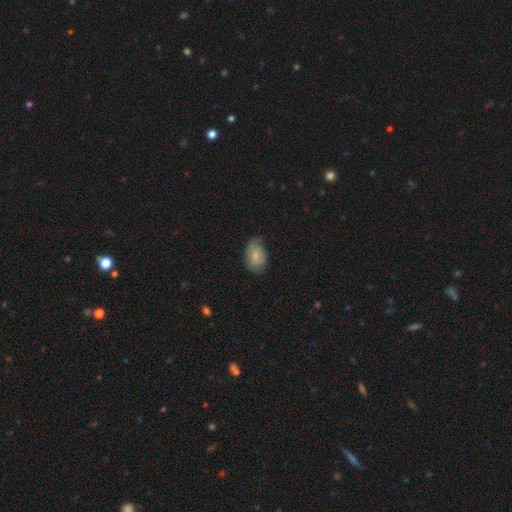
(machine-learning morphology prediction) The model was most divided on "merging": none: 60%, minor disturbance: 32%, major disturbance: 7%, merger: 1%. More confident: how rounded — in between (82%); smooth or featured — smooth (74%).